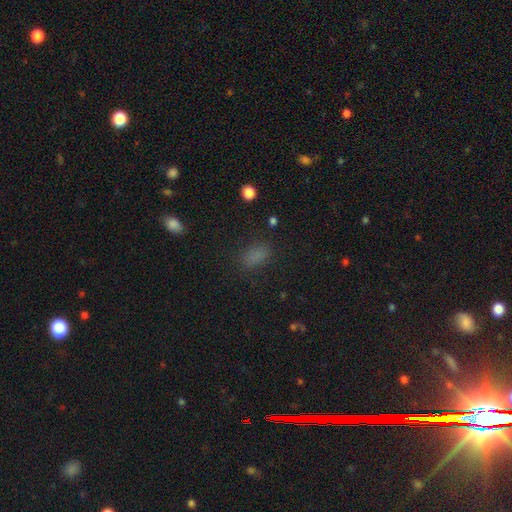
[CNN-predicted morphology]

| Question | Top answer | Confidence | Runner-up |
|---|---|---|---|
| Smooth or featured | smooth | 79% | star or artifact (16%) |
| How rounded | in between | 86% | round (9%) |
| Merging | none | 80% | minor disturbance (13%) |